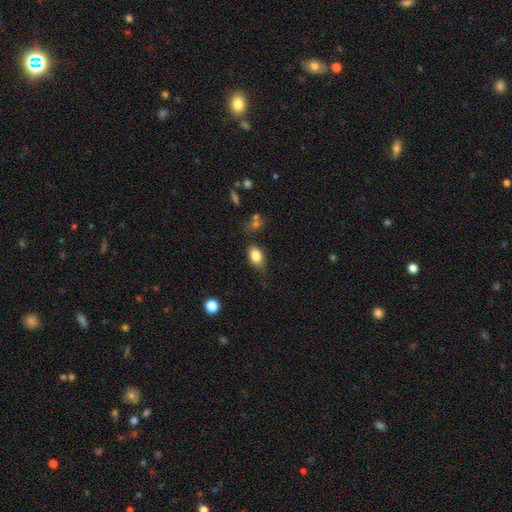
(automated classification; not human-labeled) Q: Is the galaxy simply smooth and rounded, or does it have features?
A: smooth — 81%.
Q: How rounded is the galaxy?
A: in between — 83%.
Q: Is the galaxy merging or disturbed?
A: none — 58%.